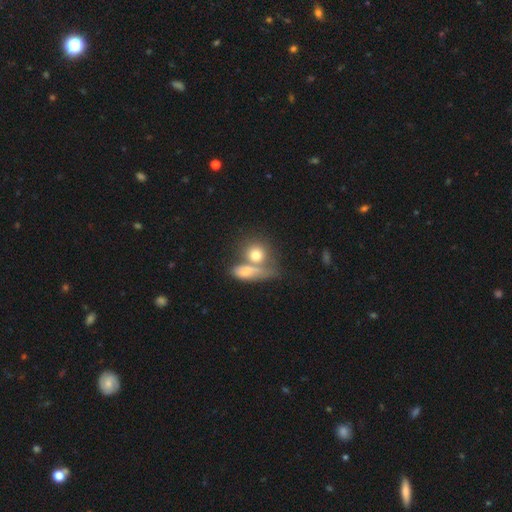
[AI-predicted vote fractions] Morphology: type=smooth (74%); roundness=round (63%); merging=merger (50%).